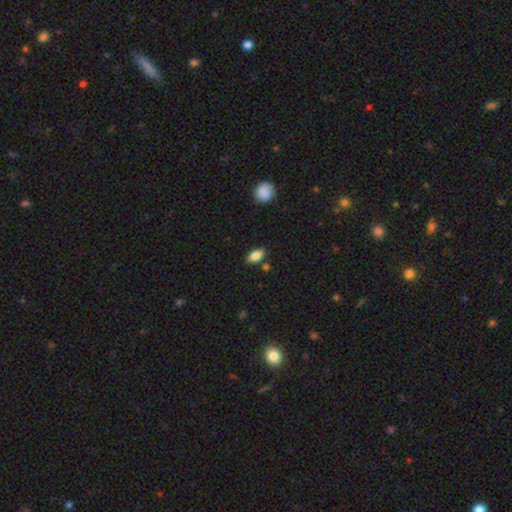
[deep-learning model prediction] Overall: smooth (84%). How rounded: in between (89%). Merging: none (84%).